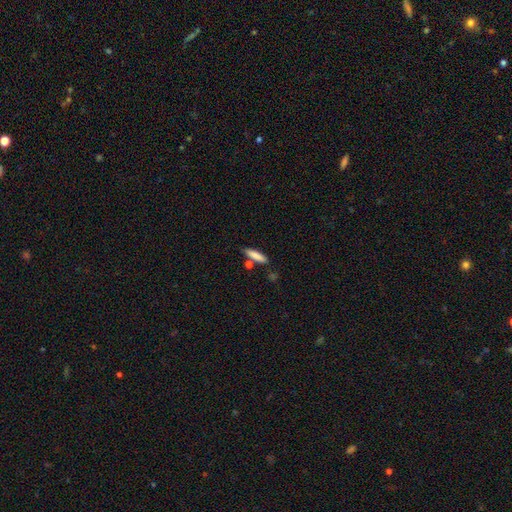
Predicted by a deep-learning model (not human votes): Smooth or featured: smooth — 82% (featured or disk — 12%)
How rounded: cigar-shaped — 79% (in between — 19%)
Merging: none — 77% (minor disturbance — 12%)